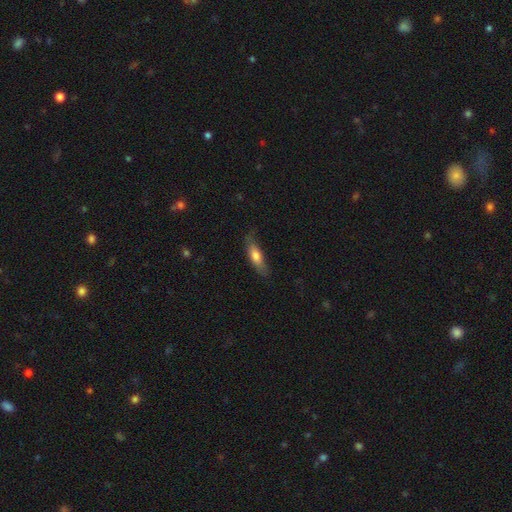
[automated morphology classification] smooth 69%, featured or disk 25%, star or artifact 6%. Down the decision tree: how rounded — cigar-shaped (53%); merging — none (71%).